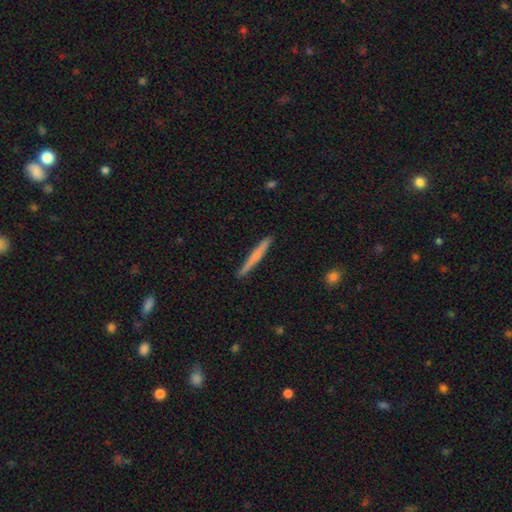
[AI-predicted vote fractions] A smooth galaxy with no disk features (59%) that is cigar-shaped (97%). Merging: none (90%).